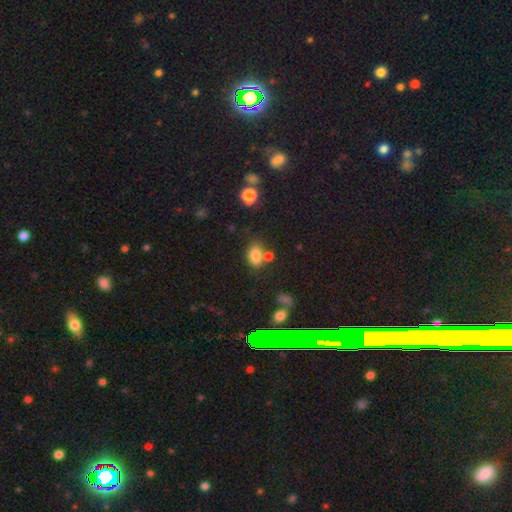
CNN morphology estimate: A smooth galaxy with no disk features (79%) that is in between round and cigar-shaped (80%). Merging: none (61%).